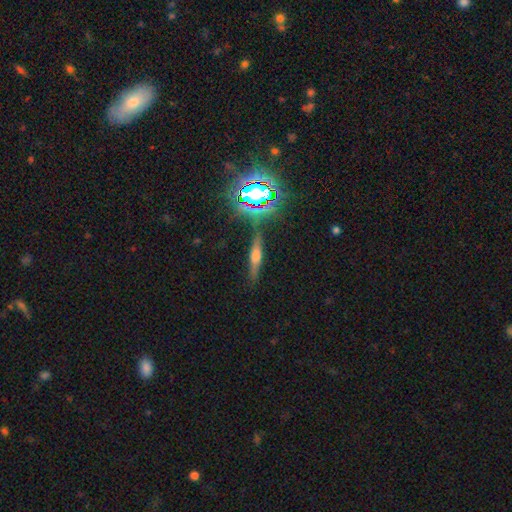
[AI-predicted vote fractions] Morphology: type=featured or disk (51%); edge-on=yes (93%); merging=none (85%).